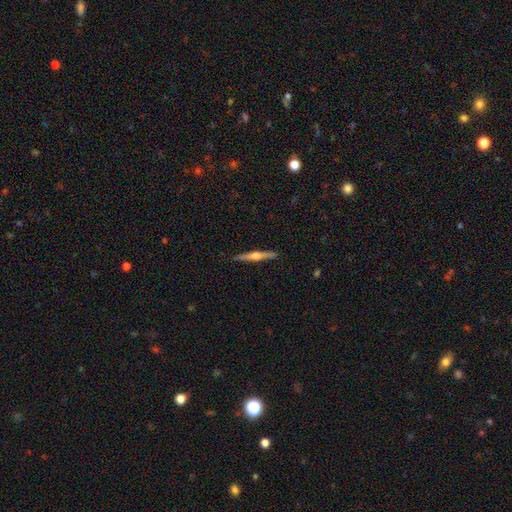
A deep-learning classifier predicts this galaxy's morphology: This appears to be a featured or disk galaxy (73%) viewed edge-on (98%) with a rounded central bulge (91%). Merging: none (91%).